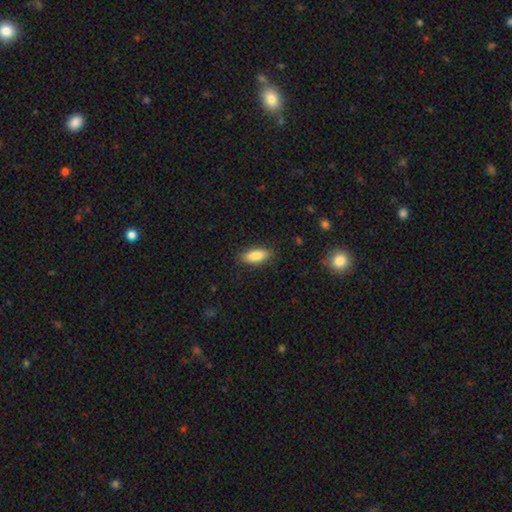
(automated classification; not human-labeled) This is clearly a smooth galaxy (85%). How rounded: likely in between (78%). Merging: clearly none (87%).